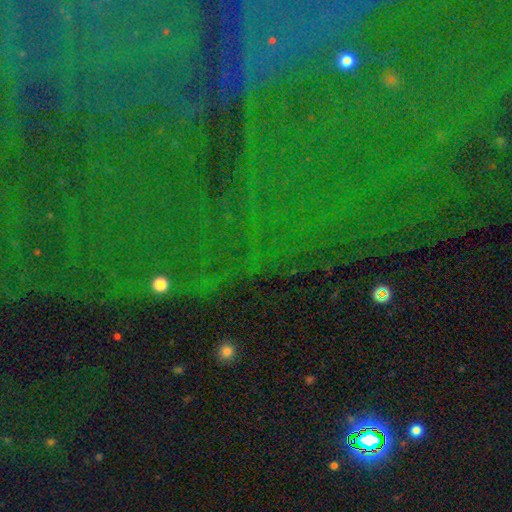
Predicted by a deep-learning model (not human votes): Q: Smooth or featured?
A: star or artifact (83%); runner-up: smooth (9%)